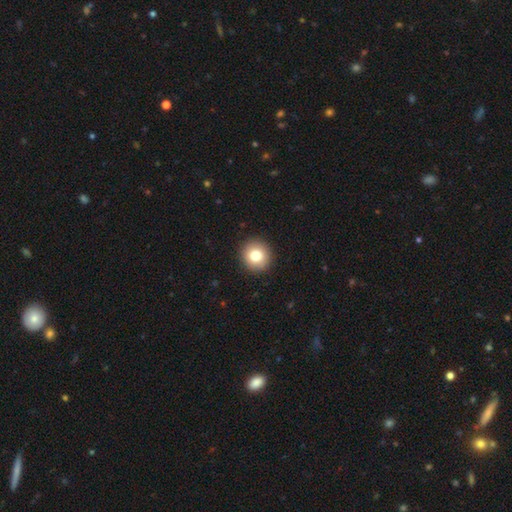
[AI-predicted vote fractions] Smooth or featured: smooth — 80% (featured or disk — 10%)
How rounded: round — 93% (in between — 6%)
Merging: none — 92% (minor disturbance — 5%)